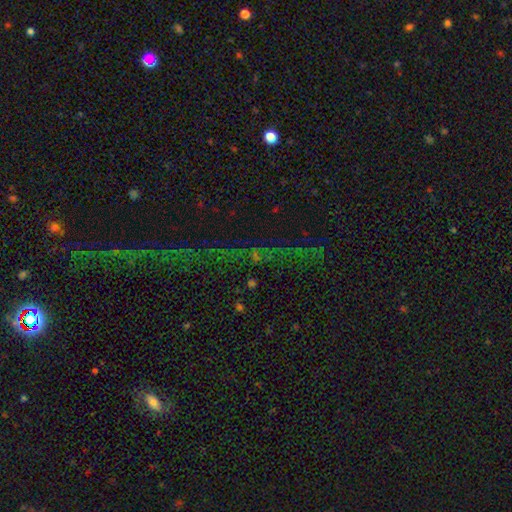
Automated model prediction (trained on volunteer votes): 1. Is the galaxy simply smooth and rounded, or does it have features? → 70% star or artifact, 16% featured or disk, 14% smooth.